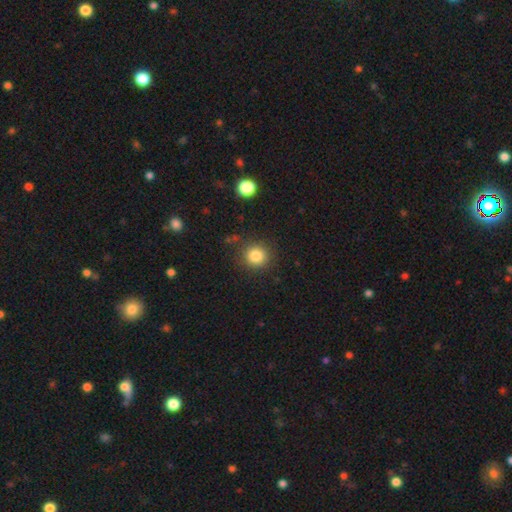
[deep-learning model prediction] Overall: smooth (83%). How rounded: round (91%). Merging: none (85%).